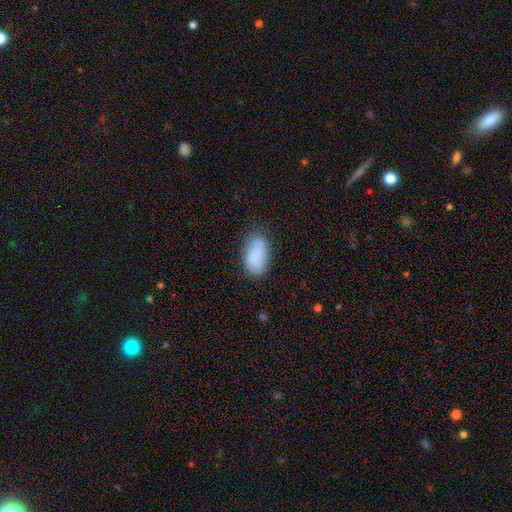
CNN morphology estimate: smooth 79%, featured or disk 14%, star or artifact 7%. Down the decision tree: how rounded — in between (94%); merging — none (67%).